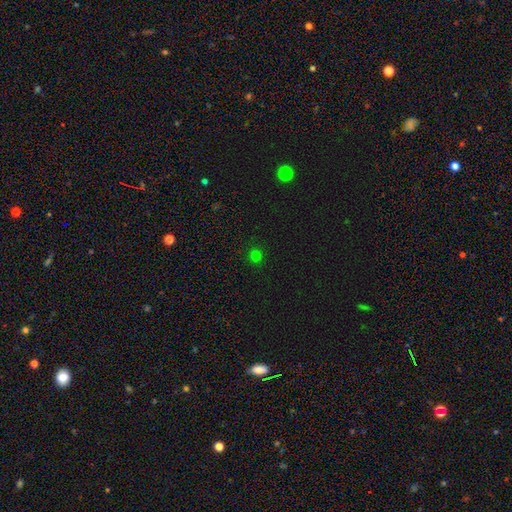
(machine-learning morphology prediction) This appears to be a smooth galaxy with no disk features (75%) that is round (92%). Merging: none (92%).